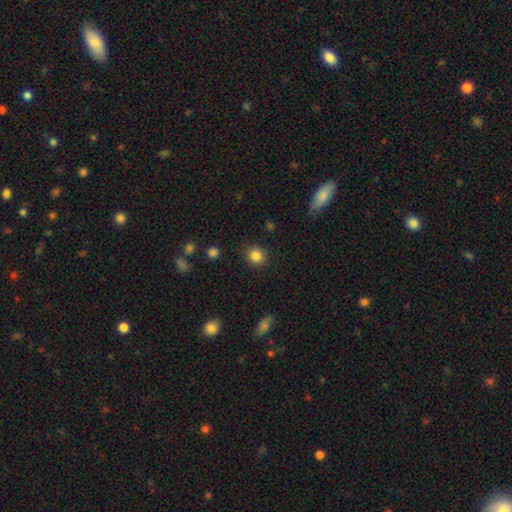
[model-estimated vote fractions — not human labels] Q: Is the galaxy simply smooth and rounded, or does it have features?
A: smooth — 85%.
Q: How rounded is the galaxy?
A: round — 87%.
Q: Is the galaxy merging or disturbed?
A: none — 89%.